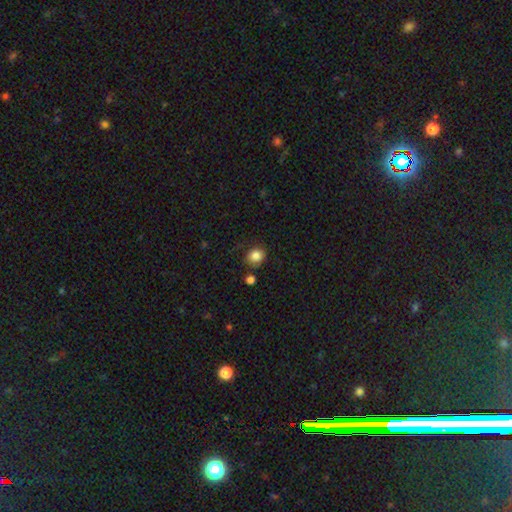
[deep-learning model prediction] Overall: smooth (84%). How rounded: round (71%). Merging: none (73%).